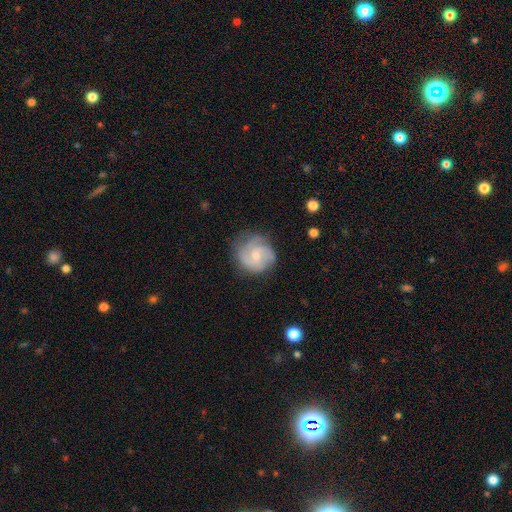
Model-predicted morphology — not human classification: This is likely a featured or disk galaxy (72%). It is clearly not viewed edge-on (98%). Bar: likely no (61%). Spiral arm pattern: clearly yes (94%). Spiral arm count: marginally 3 (36%). Spiral winding: marginally tight (44%). Central bulge: possibly small (50%). Merging: likely none (69%).